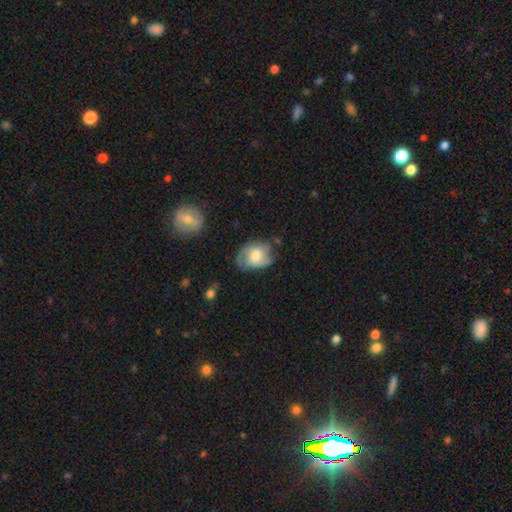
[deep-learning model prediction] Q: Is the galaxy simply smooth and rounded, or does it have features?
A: featured or disk — 53%.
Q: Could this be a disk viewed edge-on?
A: no — 96%.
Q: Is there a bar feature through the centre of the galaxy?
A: no — 61%.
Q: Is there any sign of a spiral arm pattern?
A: yes — 79%.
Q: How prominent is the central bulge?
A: moderate — 50%.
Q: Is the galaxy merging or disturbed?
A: none — 54%.